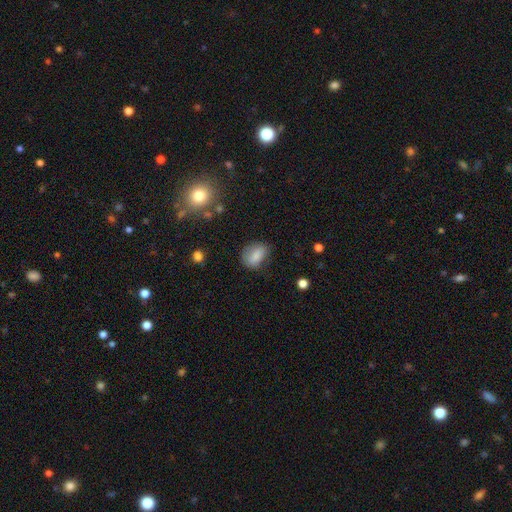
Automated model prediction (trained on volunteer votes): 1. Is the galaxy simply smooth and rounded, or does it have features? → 80% smooth, 11% featured or disk, 9% star or artifact.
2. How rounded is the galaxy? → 77% in between, 21% round, 2% cigar-shaped.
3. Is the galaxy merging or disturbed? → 66% none, 25% minor disturbance, 8% major disturbance, 2% merger.